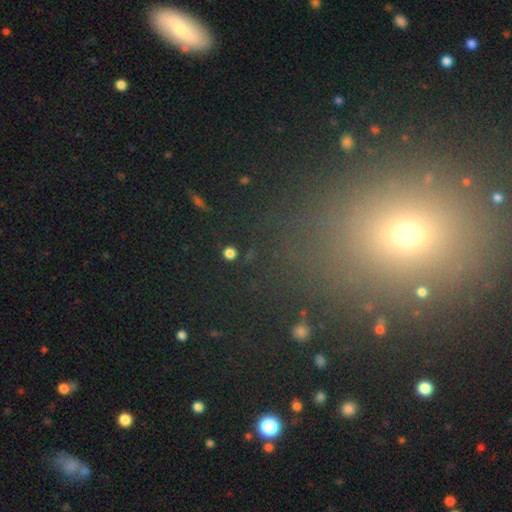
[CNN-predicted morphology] type=star or artifact (49%).